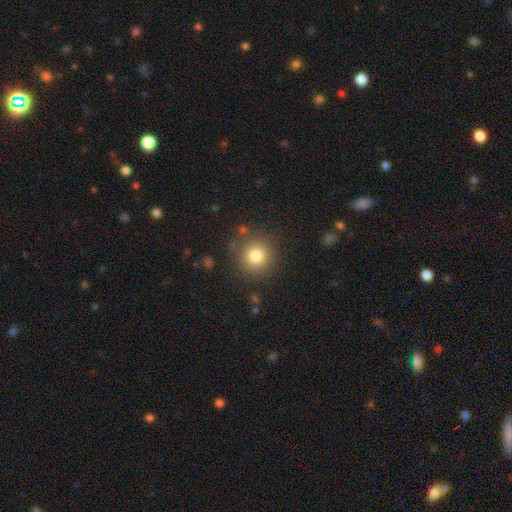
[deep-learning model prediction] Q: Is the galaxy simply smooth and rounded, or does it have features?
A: smooth — 80%.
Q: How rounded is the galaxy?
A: round — 93%.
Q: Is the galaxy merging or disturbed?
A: none — 87%.